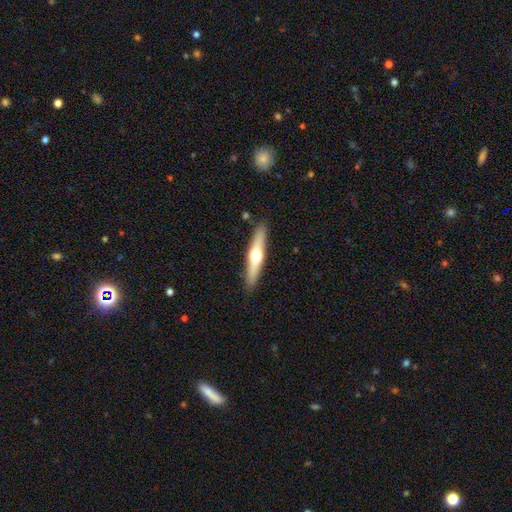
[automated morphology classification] A featured or disk galaxy (58%) viewed edge-on (95%) with a rounded central bulge (94%). Merging: none (89%).